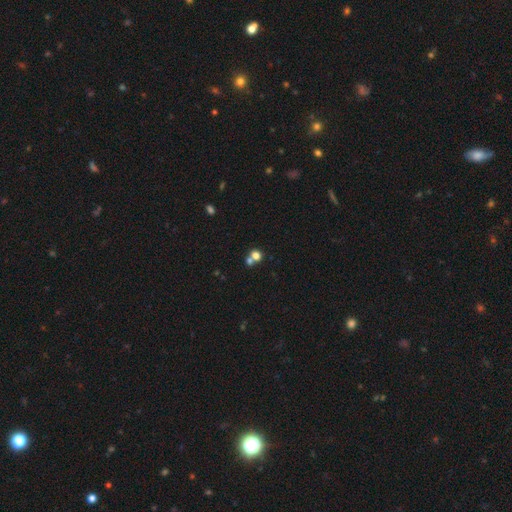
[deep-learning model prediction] Smooth or featured? Predicted: smooth (p=0.73). How rounded? Predicted: round (p=0.80). Merging? Predicted: none (p=0.48).